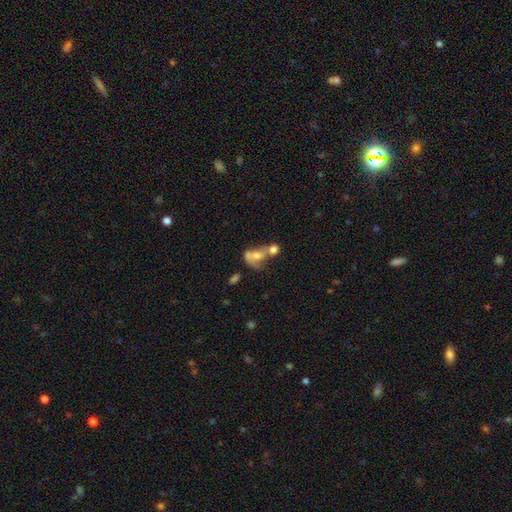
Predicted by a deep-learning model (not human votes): smooth-or-featured: smooth: 50% | featured or disk: 38% | star or artifact: 12%
  how-rounded: in between: 66% | round: 31% | cigar-shaped: 3%
  merging: merger: 65% | none: 14% | major disturbance: 13% | minor disturbance: 8%